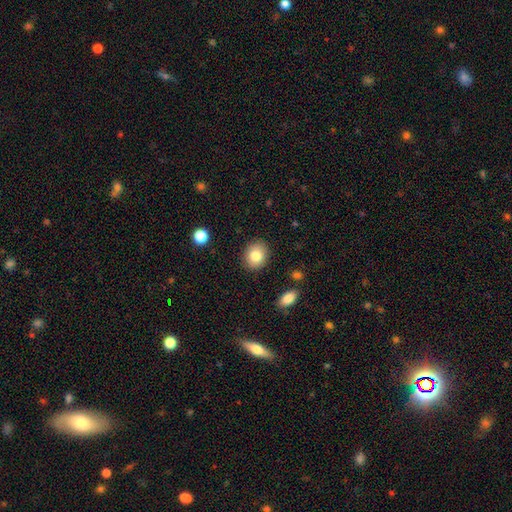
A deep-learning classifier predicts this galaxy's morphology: This appears to be a smooth galaxy with no disk features (82%) that is round (55%). Merging: none (88%).